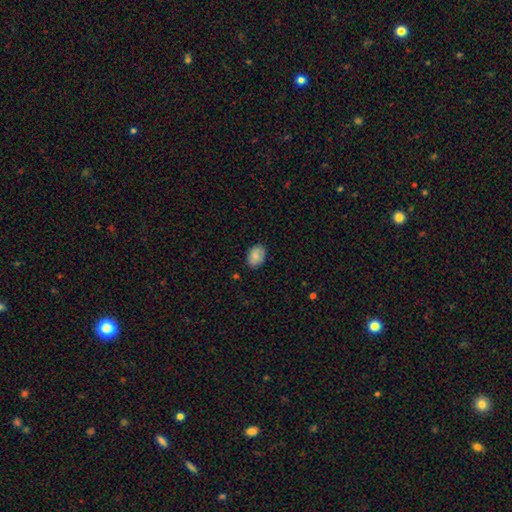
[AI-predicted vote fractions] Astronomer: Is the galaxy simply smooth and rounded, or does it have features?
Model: smooth — 85%.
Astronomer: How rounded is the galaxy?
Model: in between — 77%.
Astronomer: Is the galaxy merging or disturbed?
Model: none — 84%.